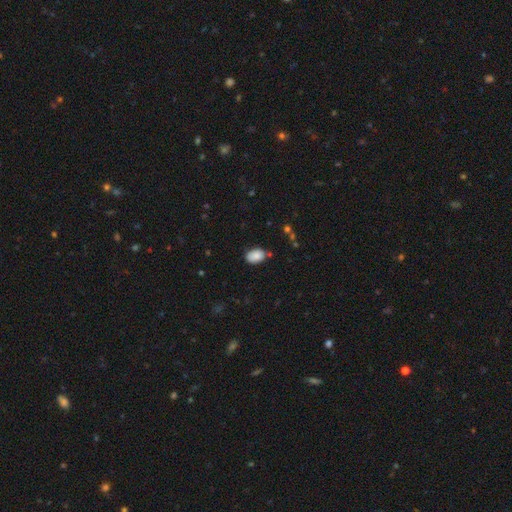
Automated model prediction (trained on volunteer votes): Smooth or featured: smooth — 84% (featured or disk — 8%)
How rounded: in between — 88% (round — 11%)
Merging: none — 71% (minor disturbance — 21%)